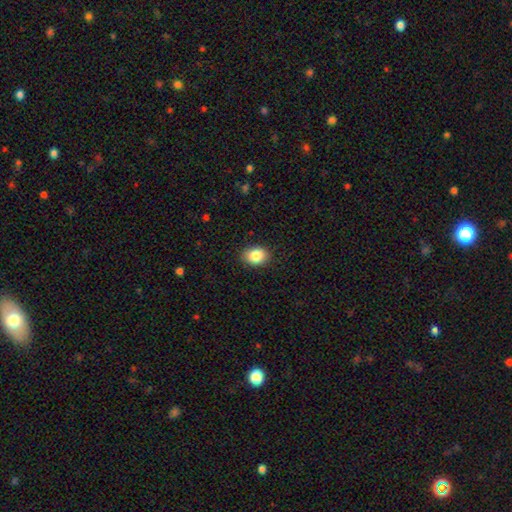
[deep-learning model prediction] Smooth or featured?
  - smooth: 85% *
  - star or artifact: 9%
  - featured or disk: 7%
How rounded?
  - in between: 61% *
  - round: 38%
  - cigar-shaped: 1%
Merging?
  - none: 88% *
  - minor disturbance: 9%
  - major disturbance: 2%
  - merger: 1%